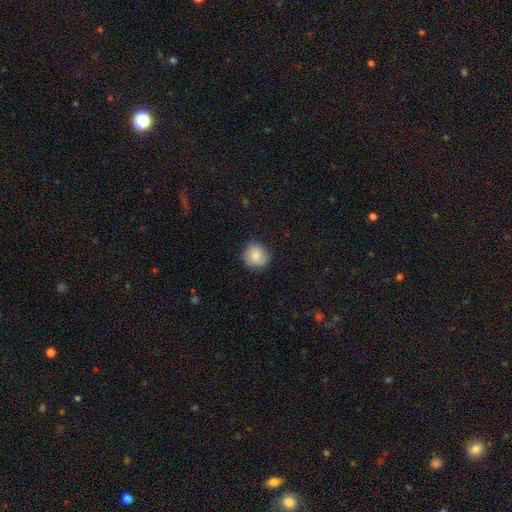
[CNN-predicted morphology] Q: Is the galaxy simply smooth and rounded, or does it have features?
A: smooth — 83%.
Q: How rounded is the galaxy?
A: round — 88%.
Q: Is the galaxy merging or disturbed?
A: none — 78%.